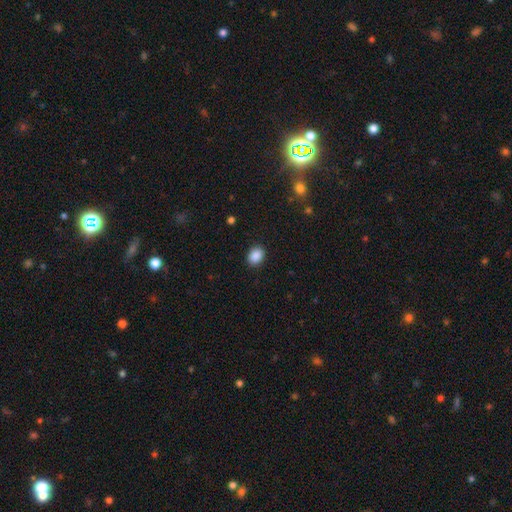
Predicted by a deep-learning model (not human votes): smooth-or-featured: smooth: 89% | star or artifact: 8% | featured or disk: 3%
  how-rounded: in between: 59% | round: 40% | cigar-shaped: 1%
  merging: none: 88% | minor disturbance: 8% | major disturbance: 2% | merger: 1%